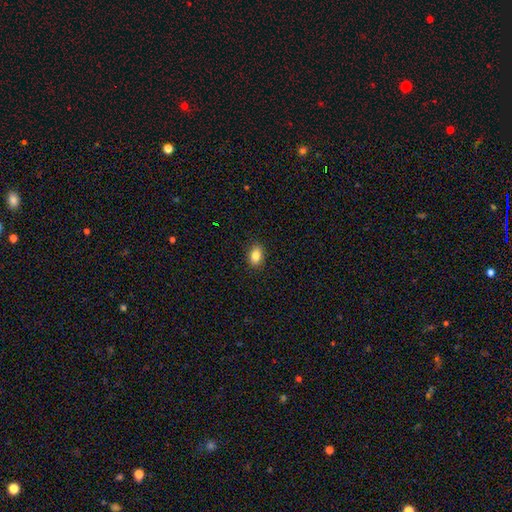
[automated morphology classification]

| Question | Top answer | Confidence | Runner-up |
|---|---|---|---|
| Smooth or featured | smooth | 84% | star or artifact (9%) |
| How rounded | in between | 81% | round (17%) |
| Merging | none | 89% | minor disturbance (8%) |